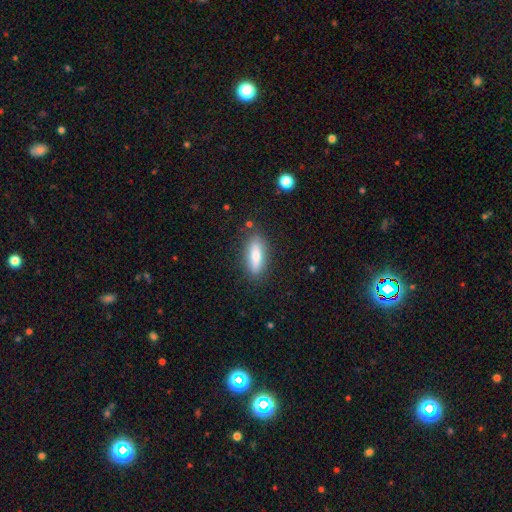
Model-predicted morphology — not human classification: A smooth galaxy with no disk features (69%) that is in between round and cigar-shaped (56%).

Vote fractions:
- Smooth or featured? smooth: 69% / featured or disk: 24% / star or artifact: 7%
- How rounded? in between: 56% / cigar-shaped: 42% / round: 2%
- Merging? none: 85% / minor disturbance: 11% / major disturbance: 2% / merger: 2%